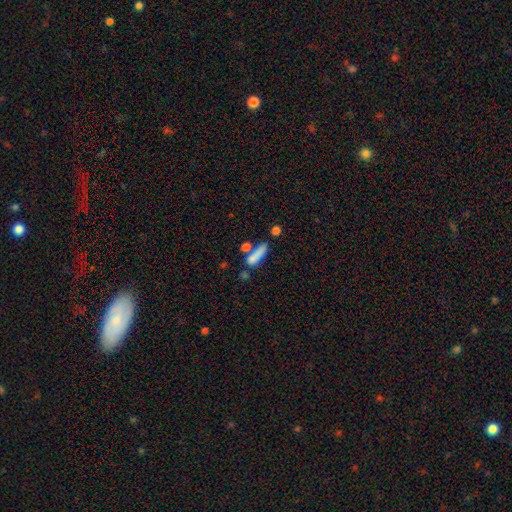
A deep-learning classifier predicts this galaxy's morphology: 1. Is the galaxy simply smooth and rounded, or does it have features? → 76% smooth, 15% featured or disk, 10% star or artifact.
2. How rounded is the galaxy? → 59% cigar-shaped, 35% in between, 6% round.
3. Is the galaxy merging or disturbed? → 44% none, 28% merger, 17% minor disturbance, 11% major disturbance.